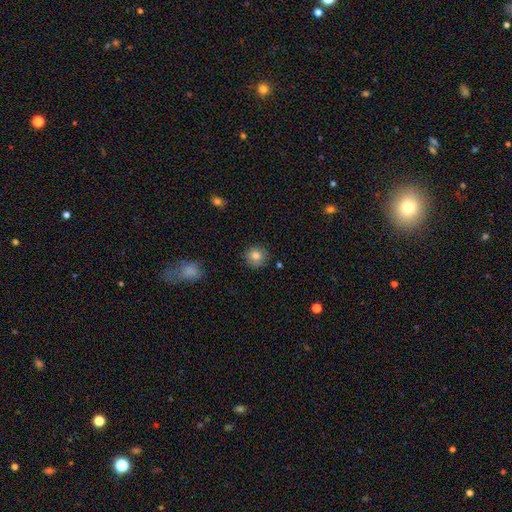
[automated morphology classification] Smooth or featured?
  - smooth: 83% *
  - star or artifact: 10%
  - featured or disk: 8%
How rounded?
  - round: 90% *
  - in between: 9%
  - cigar-shaped: 1%
Merging?
  - none: 83% *
  - minor disturbance: 12%
  - major disturbance: 3%
  - merger: 2%